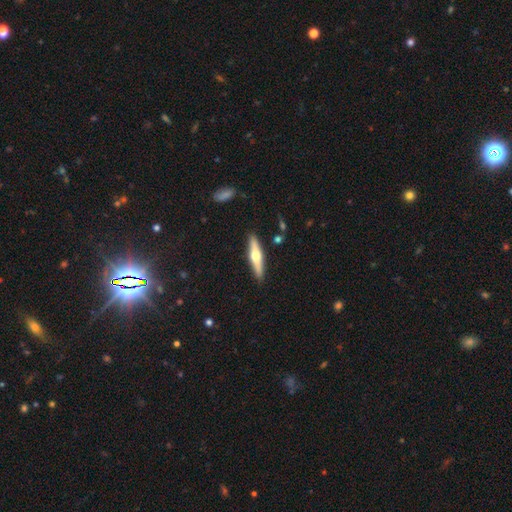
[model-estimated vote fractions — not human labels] featured or disk 61%, smooth 34%, star or artifact 5%. Down the decision tree: edge-on disk — yes (95%); edge-on bulge — rounded (94%); merging — none (89%).